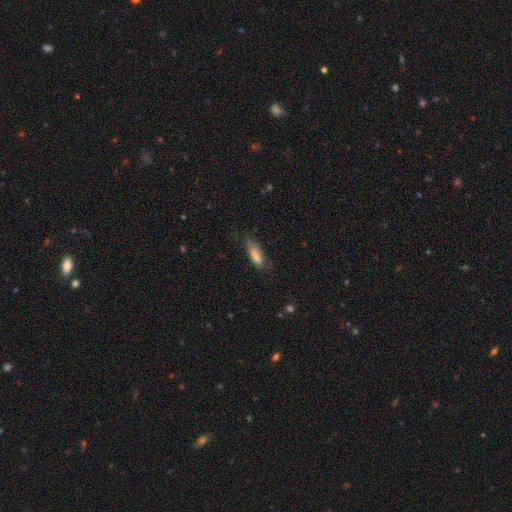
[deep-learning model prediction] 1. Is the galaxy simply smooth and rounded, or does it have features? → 76% smooth, 16% featured or disk, 8% star or artifact.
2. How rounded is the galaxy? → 62% in between, 36% cigar-shaped, 2% round.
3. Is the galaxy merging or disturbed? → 53% none, 30% minor disturbance, 14% major disturbance, 2% merger.